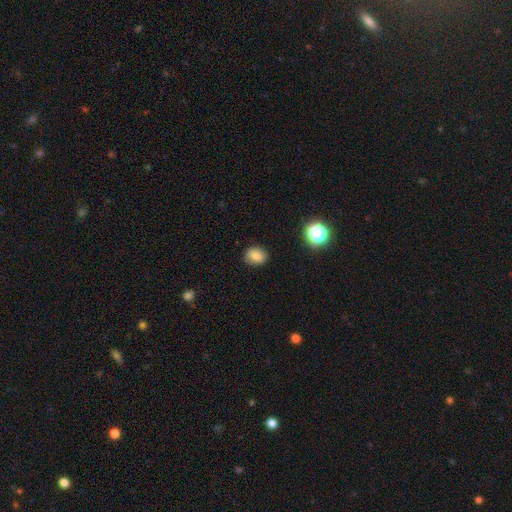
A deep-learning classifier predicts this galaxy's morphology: smooth_or_featured: smooth (p=0.79) [alt: star or artifact p=0.12]
how_rounded: round (p=0.63) [alt: in between p=0.36]
merging: none (p=0.87) [alt: minor disturbance p=0.10]